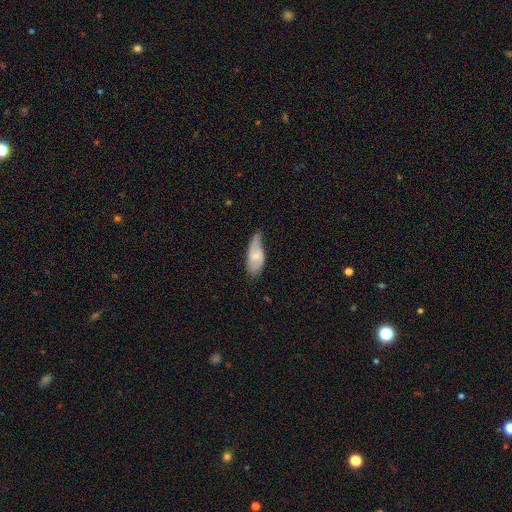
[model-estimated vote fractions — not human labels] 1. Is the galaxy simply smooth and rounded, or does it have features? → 57% featured or disk, 37% smooth, 6% star or artifact.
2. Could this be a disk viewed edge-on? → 92% no, 8% yes.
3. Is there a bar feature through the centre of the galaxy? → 46% weak, 42% no, 12% strong.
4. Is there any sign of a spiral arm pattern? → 84% yes, 16% no.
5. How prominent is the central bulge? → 56% small, 34% moderate, 7% none, 2% large, 1% dominant.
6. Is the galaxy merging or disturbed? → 45% none, 38% minor disturbance, 14% major disturbance, 2% merger.